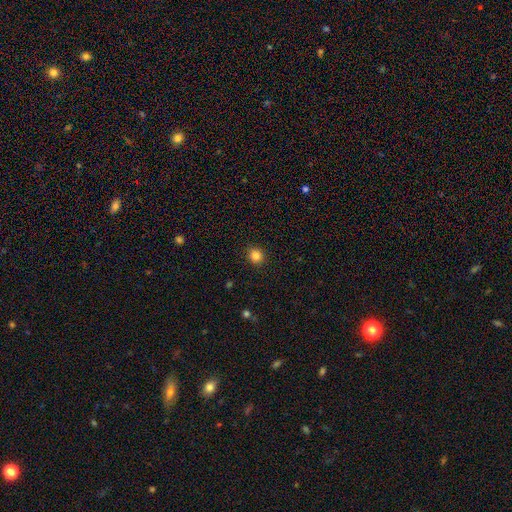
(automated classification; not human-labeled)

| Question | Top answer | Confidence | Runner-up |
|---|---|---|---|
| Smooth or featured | smooth | 85% | star or artifact (11%) |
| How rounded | round | 84% | in between (15%) |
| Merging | none | 91% | minor disturbance (6%) |